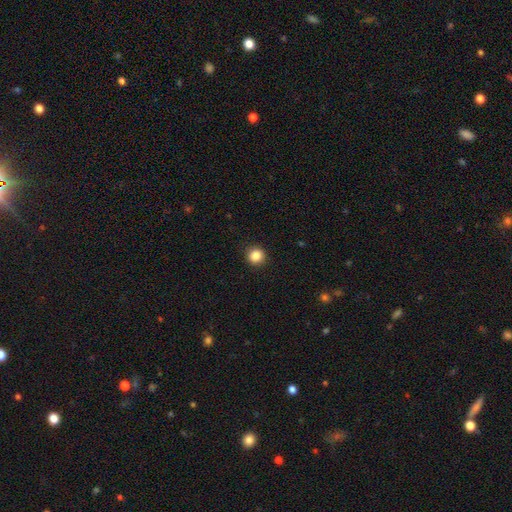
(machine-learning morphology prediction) Smooth or featured? Predicted: smooth (p=0.85). How rounded? Predicted: round (p=0.94). Merging? Predicted: none (p=0.92).